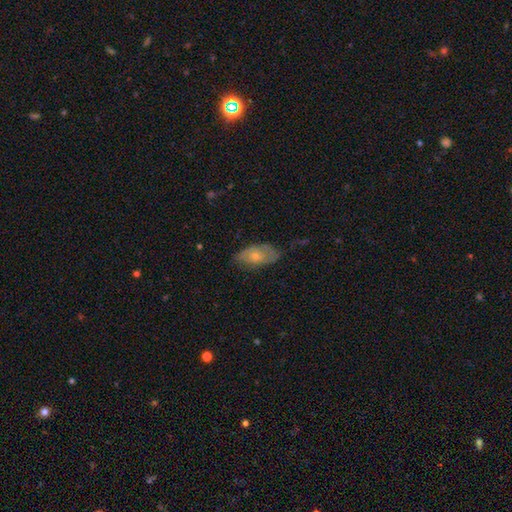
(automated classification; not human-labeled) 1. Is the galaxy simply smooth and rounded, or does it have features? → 51% smooth, 42% featured or disk, 6% star or artifact.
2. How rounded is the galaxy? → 91% in between, 5% round, 4% cigar-shaped.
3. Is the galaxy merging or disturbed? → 59% none, 30% minor disturbance, 10% major disturbance, 2% merger.